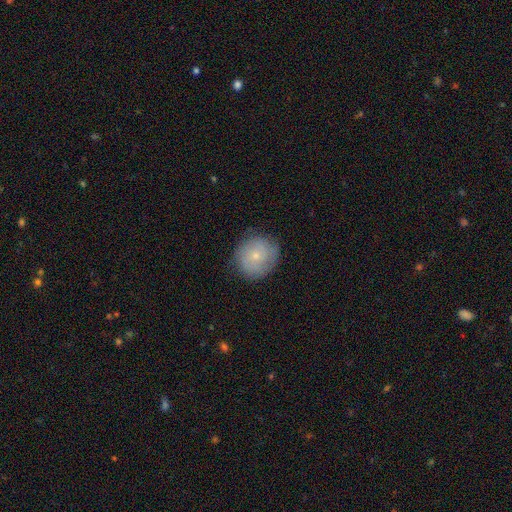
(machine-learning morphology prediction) Q: Smooth or featured?
A: smooth (61%); runner-up: featured or disk (32%)
Q: How rounded?
A: round (86%); runner-up: in between (13%)
Q: Merging?
A: none (79%); runner-up: minor disturbance (15%)